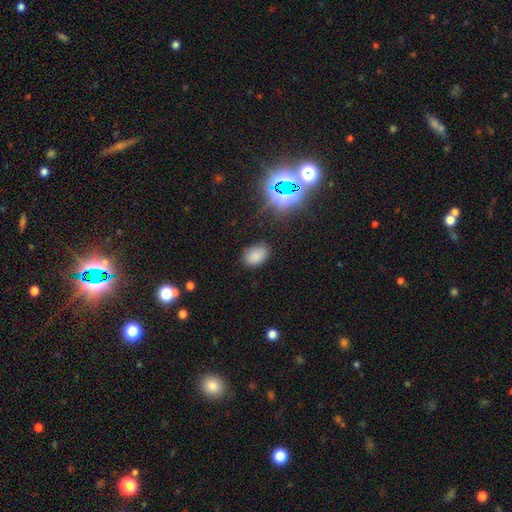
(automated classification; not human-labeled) This is likely a smooth galaxy (79%). How rounded: clearly in between (83%). Merging: clearly none (81%).